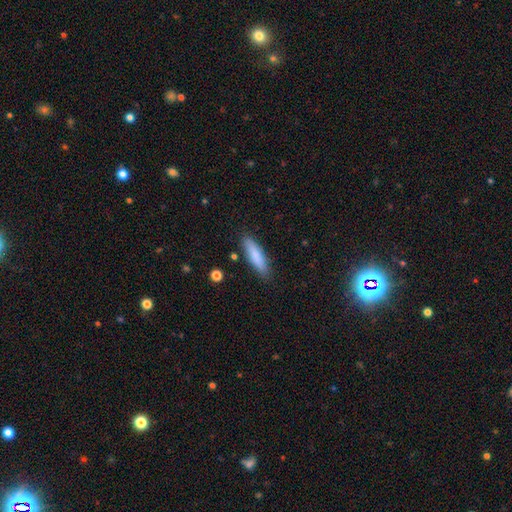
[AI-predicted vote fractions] A smooth galaxy with no disk features (82%) that is cigar-shaped (65%). Merging: none (85%).